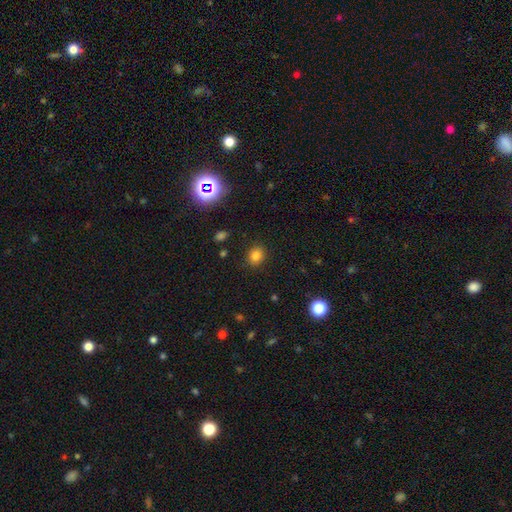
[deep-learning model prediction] Smooth or featured: smooth — 80% (star or artifact — 14%)
How rounded: round — 59% (in between — 40%)
Merging: none — 88% (minor disturbance — 8%)